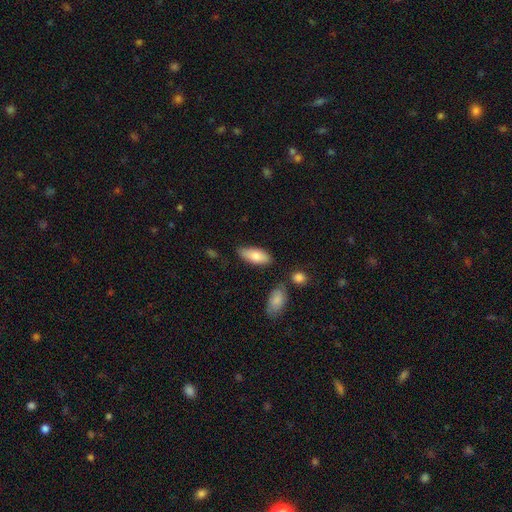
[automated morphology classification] smooth_or_featured: smooth (p=0.79) [alt: featured or disk p=0.15]
how_rounded: in between (p=0.80) [alt: cigar-shaped p=0.18]
merging: none (p=0.74) [alt: minor disturbance p=0.17]